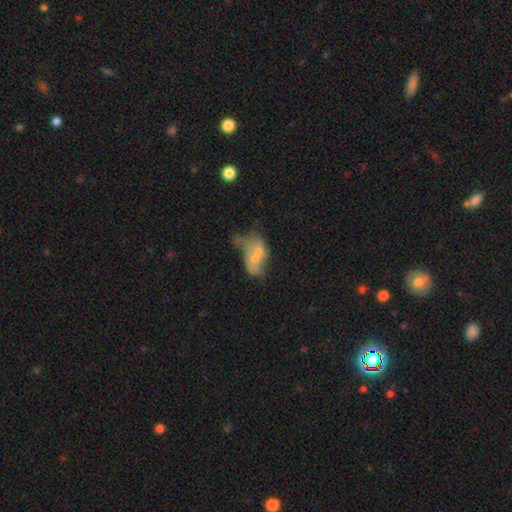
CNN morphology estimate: smooth_or_featured: smooth (p=0.48) [alt: featured or disk p=0.42]
merging: merger (p=0.63) [alt: none p=0.14]